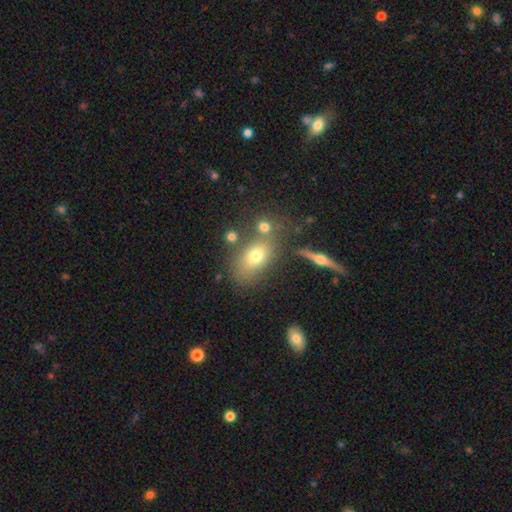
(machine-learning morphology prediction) This appears to be a smooth galaxy with no disk features (65%) that is in between round and cigar-shaped (81%). Merging: none (63%).